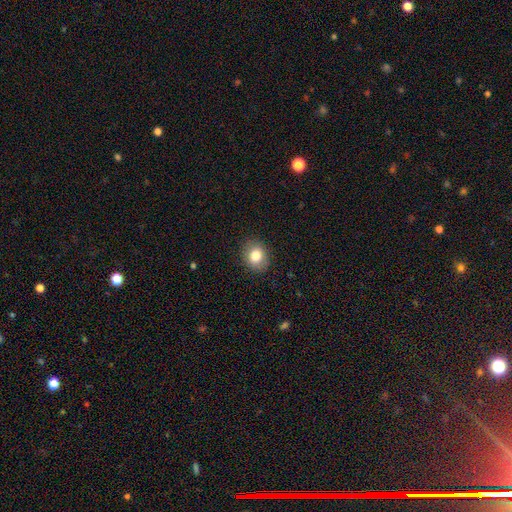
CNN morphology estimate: A smooth galaxy with no disk features (82%) that is round (55%).

Vote fractions:
- Smooth or featured? smooth: 82% / star or artifact: 9% / featured or disk: 9%
- How rounded? round: 55% / in between: 44% / cigar-shaped: 1%
- Merging? none: 88% / minor disturbance: 9% / major disturbance: 2% / merger: 1%